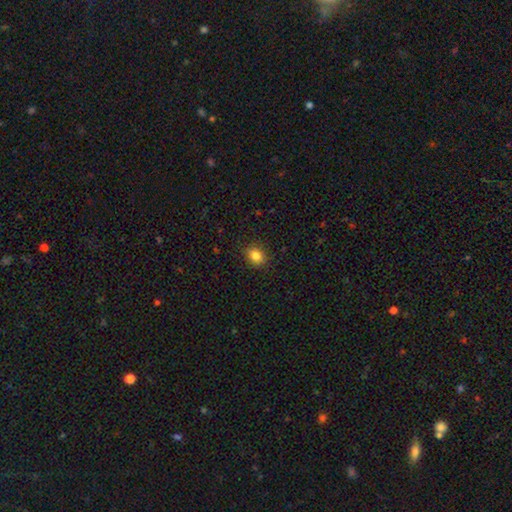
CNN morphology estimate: This appears to be a smooth galaxy with no disk features (83%) that is round (60%). Merging: none (89%).